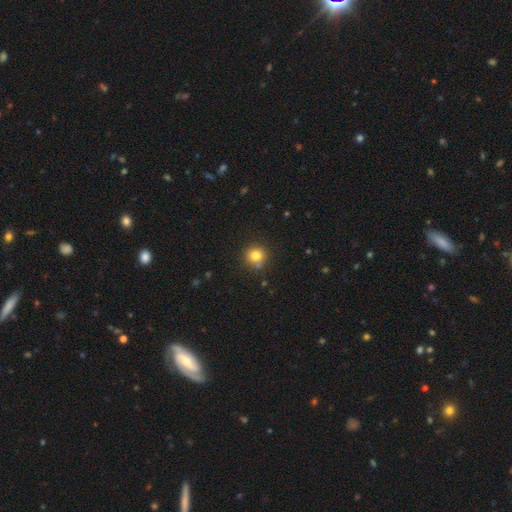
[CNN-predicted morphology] Smooth or featured?
  - smooth: 80% *
  - star or artifact: 13%
  - featured or disk: 7%
How rounded?
  - round: 93% *
  - in between: 6%
  - cigar-shaped: 1%
Merging?
  - none: 81% *
  - minor disturbance: 11%
  - merger: 5%
  - major disturbance: 3%